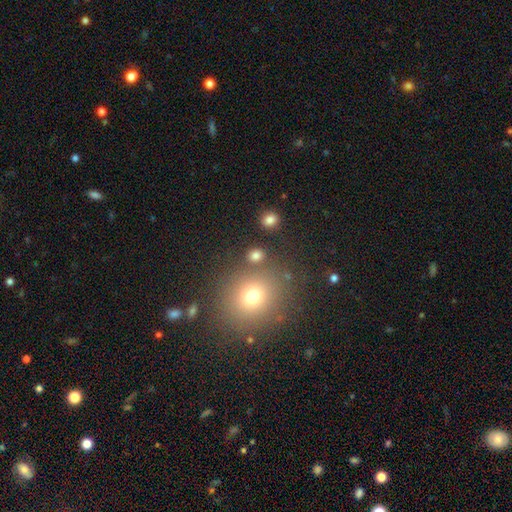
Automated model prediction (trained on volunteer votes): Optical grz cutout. It shows a smooth galaxy with no disk features (78%) that is round (68%). Merging: none (79%).